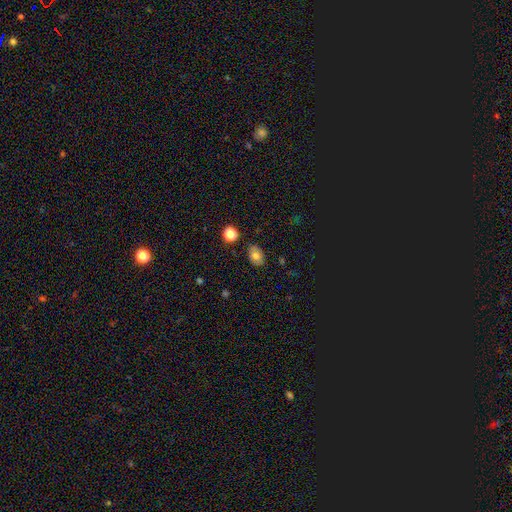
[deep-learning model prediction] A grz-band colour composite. It shows a smooth galaxy with no disk features (73%) that is in between round and cigar-shaped (73%). Merging: none (78%).